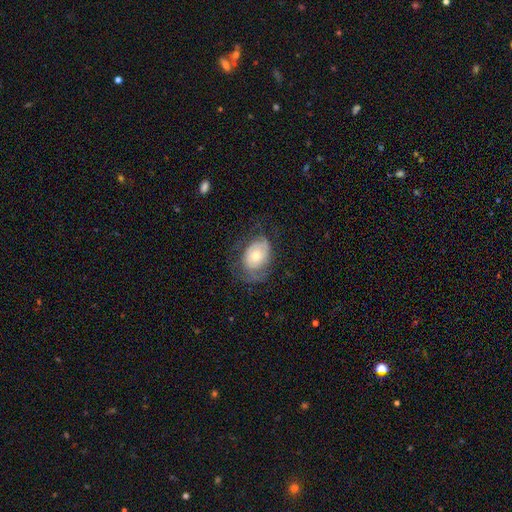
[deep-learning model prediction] A featured or disk galaxy (53%) with no bar (82%), spiral arms (68%) and a moderate central bulge (55%).

Vote fractions:
- Smooth or featured? featured or disk: 53% / smooth: 40% / star or artifact: 7%
- Edge-on disk? no: 95% / yes: 5%
- Bar? no: 82% / weak: 15% / strong: 3%
- Spiral arms? yes: 68% / no: 32%
- Bulge size? moderate: 55% / small: 37% / large: 5% / none: 1% / dominant: 1%
- Merging? none: 52% / minor disturbance: 25% / major disturbance: 22% / merger: 1%